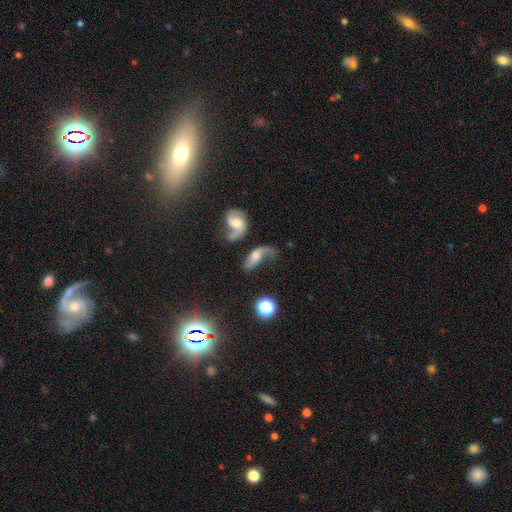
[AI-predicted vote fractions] smooth_or_featured: featured or disk (p=0.61) [alt: smooth p=0.27]
disk_edge_on: no (p=0.91) [alt: yes p=0.09]
bar: no (p=0.60) [alt: weak p=0.30]
has_spiral_arms: yes (p=0.83) [alt: no p=0.17]
bulge_size: moderate (p=0.55) [alt: small p=0.27]
merging: major disturbance (p=0.28) [tied with: merger p=0.28]